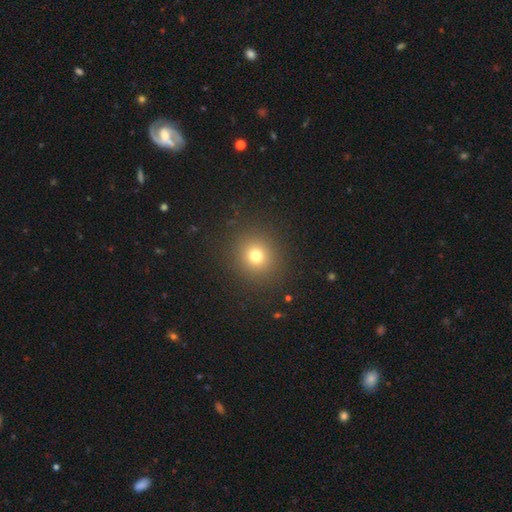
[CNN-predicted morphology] A smooth galaxy with no disk features (73%) that is round (88%). Merging: none (89%).